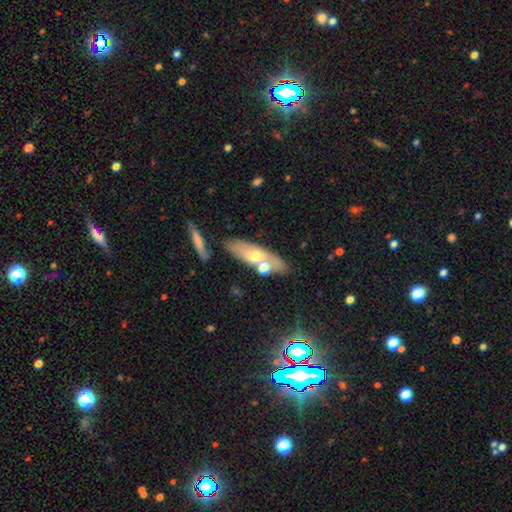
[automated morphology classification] Overall: smooth (49%; featured or disk 43%). Merging: none (68%).